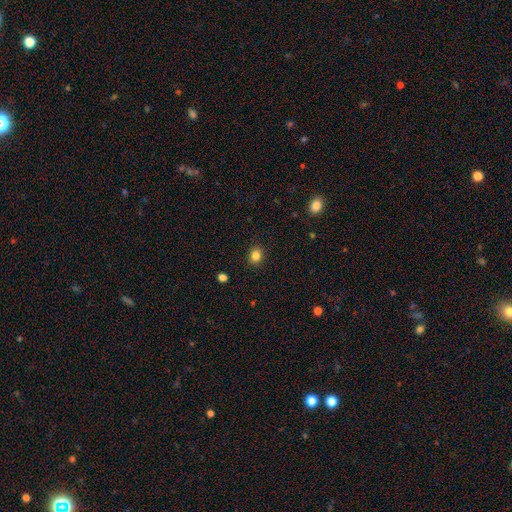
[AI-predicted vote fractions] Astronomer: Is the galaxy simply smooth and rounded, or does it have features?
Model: smooth — 83%.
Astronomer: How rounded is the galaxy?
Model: round — 72%.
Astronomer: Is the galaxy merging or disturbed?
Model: none — 90%.